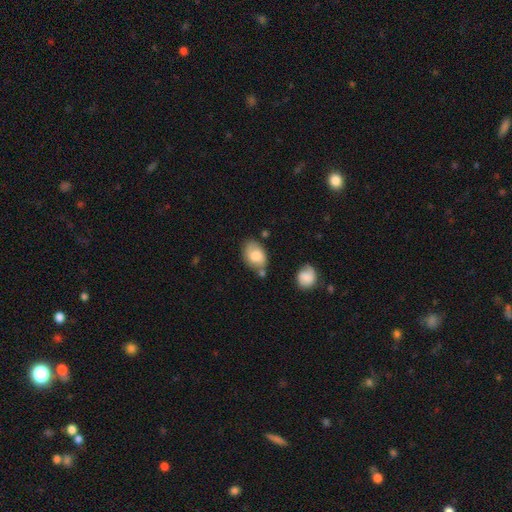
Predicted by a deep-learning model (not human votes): smooth_or_featured: smooth (p=0.70) [alt: featured or disk p=0.23]
how_rounded: in between (p=0.84) [alt: round p=0.14]
merging: none (p=0.58) [alt: minor disturbance p=0.25]